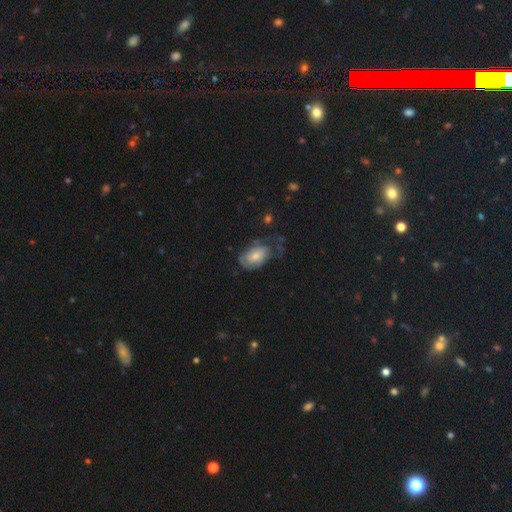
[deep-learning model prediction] smooth 51%, featured or disk 42%, star or artifact 7%. Down the decision tree: how rounded — in between (89%); merging — none (35%).